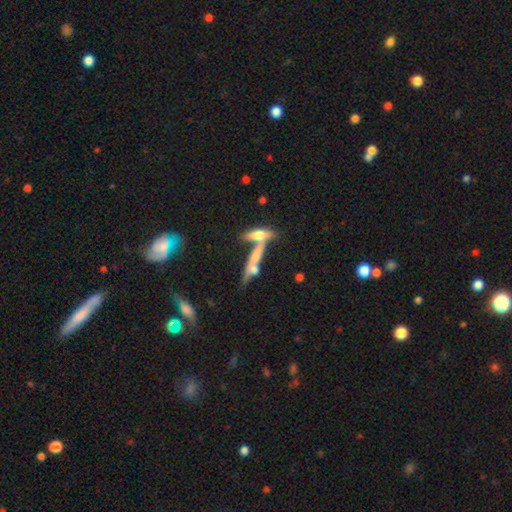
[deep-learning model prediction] A featured or disk galaxy (51%) viewed edge-on (78%).

Vote fractions:
- Smooth or featured? featured or disk: 51% / smooth: 36% / star or artifact: 13%
- Edge-on disk? yes: 78% / no: 22%
- Merging? merger: 43% / none: 39% / minor disturbance: 11% / major disturbance: 7%